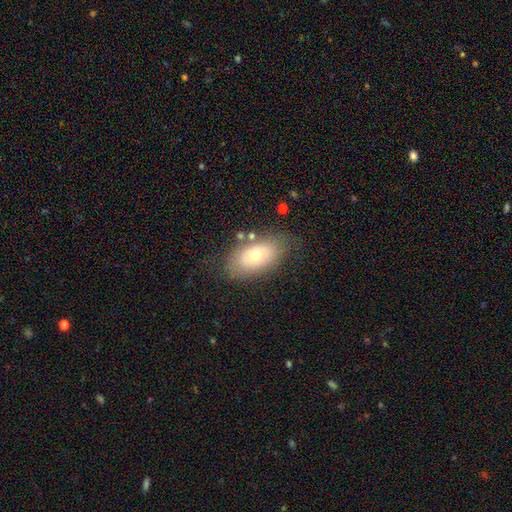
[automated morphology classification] A smooth galaxy with no disk features (59%) that is in between round and cigar-shaped (89%).

Vote fractions:
- Smooth or featured? smooth: 59% / featured or disk: 32% / star or artifact: 9%
- How rounded? in between: 89% / round: 9% / cigar-shaped: 2%
- Merging? none: 72% / minor disturbance: 18% / major disturbance: 7% / merger: 4%